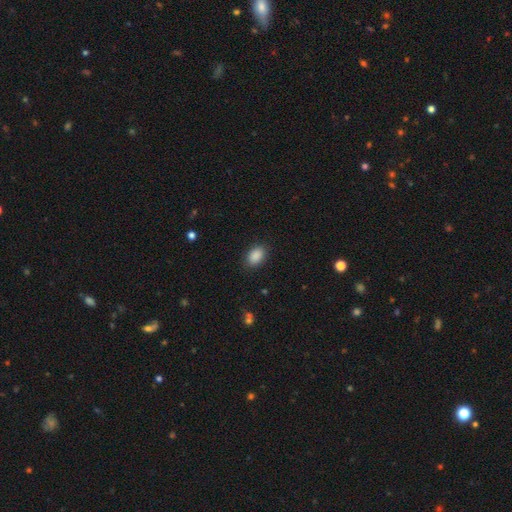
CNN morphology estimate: Smooth or featured? smooth (89%)
How rounded? in between (85%)
Merging? none (87%)